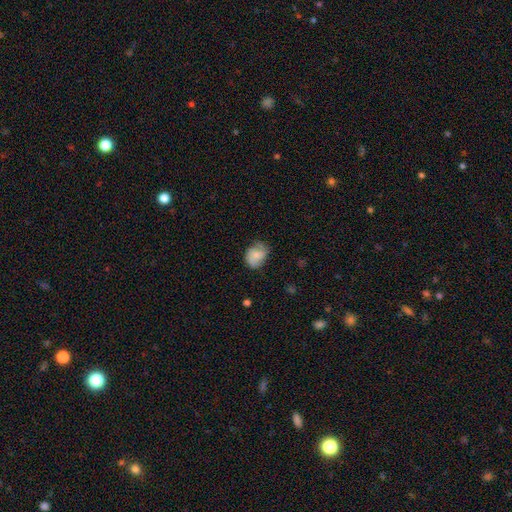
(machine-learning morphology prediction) Smooth or featured?
  - smooth: 65% *
  - featured or disk: 27%
  - star or artifact: 8%
How rounded?
  - in between: 52% *
  - round: 47%
  - cigar-shaped: 1%
Merging?
  - none: 54% *
  - minor disturbance: 33%
  - major disturbance: 11%
  - merger: 2%